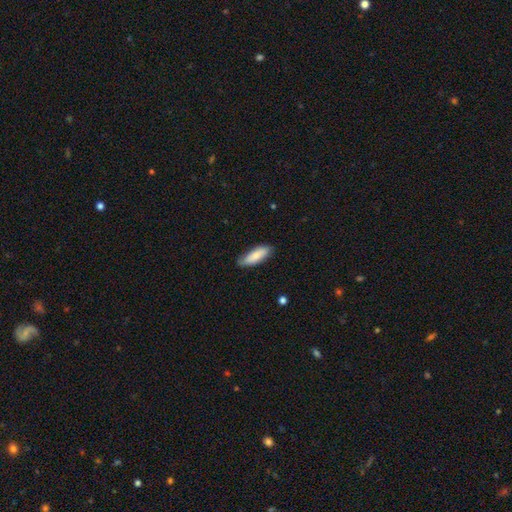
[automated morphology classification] This appears to be a smooth galaxy with no disk features (77%) that is in between round and cigar-shaped (58%). Merging: none (81%).